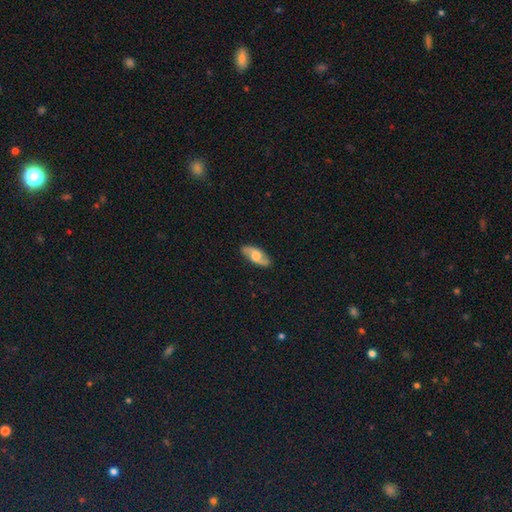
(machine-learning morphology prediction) This appears to be a featured or disk galaxy (60%). Merging: none (86%).